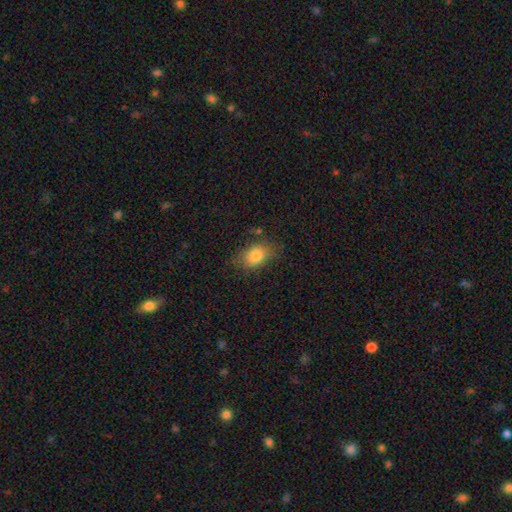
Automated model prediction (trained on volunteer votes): The model was most divided on "merging": none: 73%, minor disturbance: 18%, major disturbance: 6%, merger: 2%. More confident: smooth or featured — smooth (81%); how rounded — in between (81%).